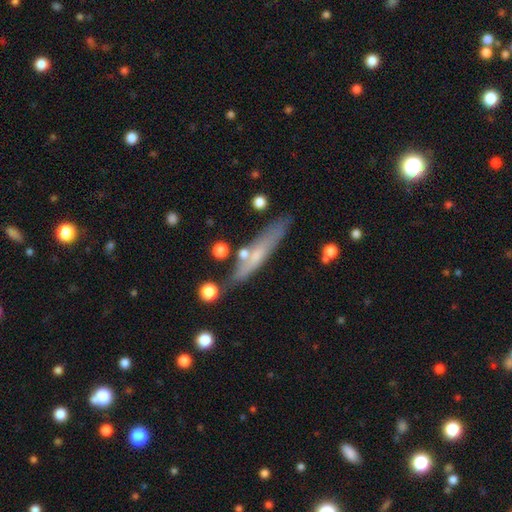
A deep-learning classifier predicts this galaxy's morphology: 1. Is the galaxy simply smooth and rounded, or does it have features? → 50% smooth, 43% featured or disk, 8% star or artifact.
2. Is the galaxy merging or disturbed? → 75% none, 15% minor disturbance, 6% merger, 4% major disturbance.